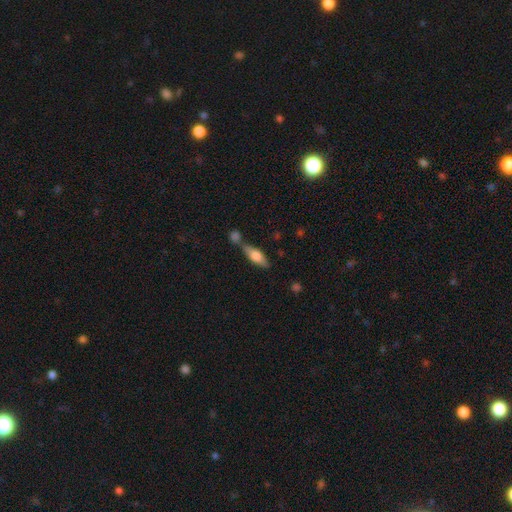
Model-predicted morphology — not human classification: smooth-or-featured: smooth: 57% | featured or disk: 37% | star or artifact: 7%
  how-rounded: in between: 55% | cigar-shaped: 42% | round: 3%
  merging: none: 57% | merger: 24% | minor disturbance: 14% | major disturbance: 5%